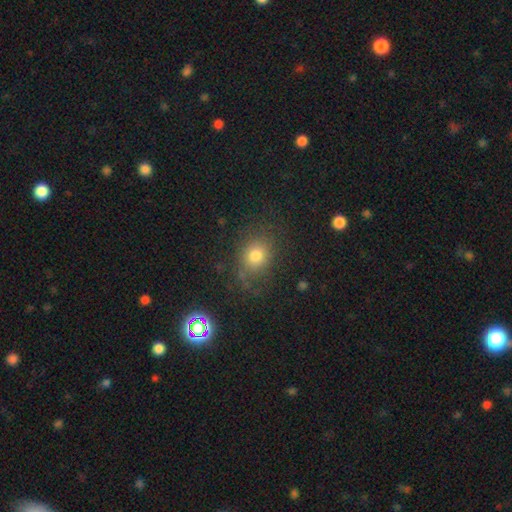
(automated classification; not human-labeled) Smooth or featured? smooth (74%)
How rounded? round (63%)
Merging? none (73%)